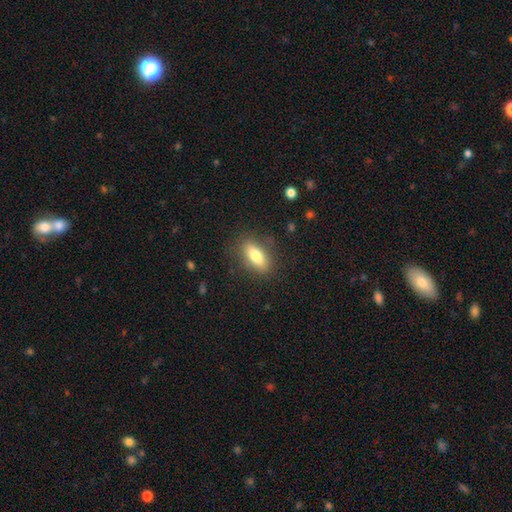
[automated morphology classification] smooth-or-featured: smooth: 79% | featured or disk: 14% | star or artifact: 7%
  how-rounded: in between: 79% | cigar-shaped: 17% | round: 4%
  merging: none: 83% | minor disturbance: 12% | major disturbance: 4% | merger: 1%